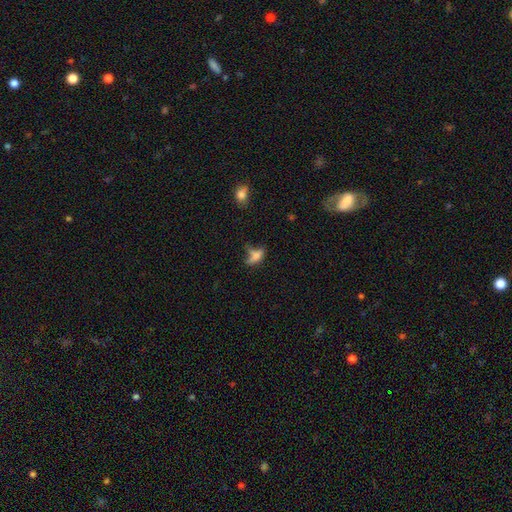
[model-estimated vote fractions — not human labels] A smooth galaxy with no disk features (63%) that is in between round and cigar-shaped (62%).

Vote fractions:
- Smooth or featured? smooth: 63% / featured or disk: 22% / star or artifact: 15%
- How rounded? in between: 62% / cigar-shaped: 31% / round: 7%
- Merging? none: 38% / minor disturbance: 22% / major disturbance: 21% / merger: 20%